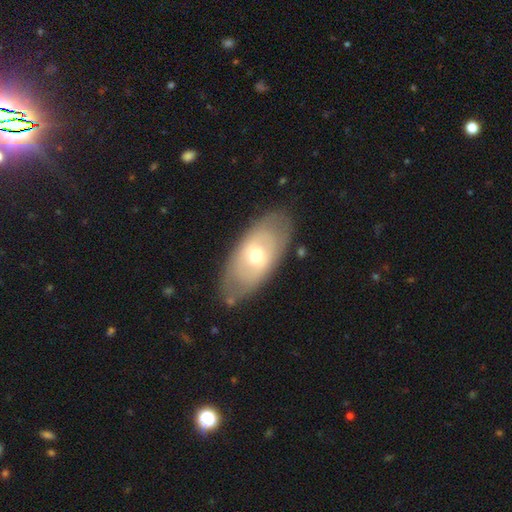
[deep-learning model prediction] Smooth or featured?
  - featured or disk: 50% *
  - smooth: 44%
  - star or artifact: 6%
Merging?
  - none: 80% *
  - minor disturbance: 14%
  - major disturbance: 5%
  - merger: 2%